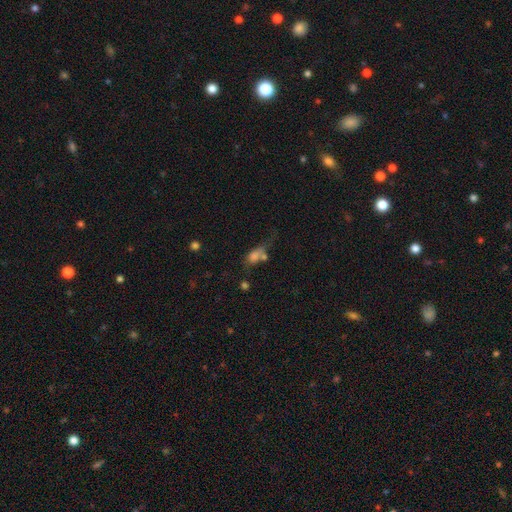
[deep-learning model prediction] This is likely a smooth galaxy (69%). How rounded: likely in between (70%). Merging: marginally merger (31%).